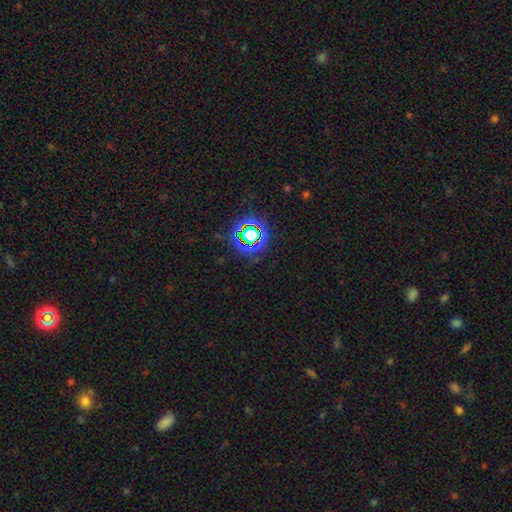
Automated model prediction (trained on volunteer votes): smooth_or_featured: star or artifact (p=0.77) [alt: smooth p=0.15]